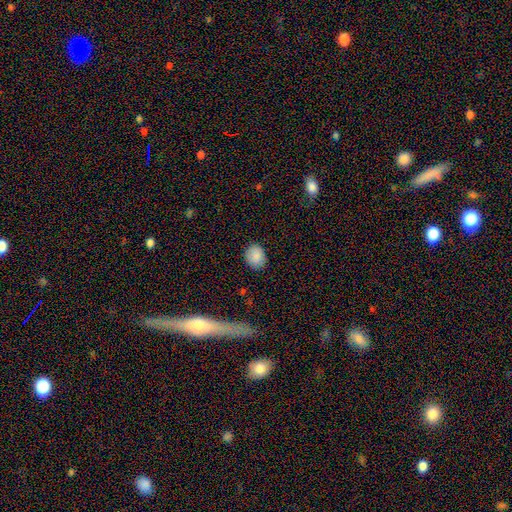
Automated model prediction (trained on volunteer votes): The model was most divided on "how rounded": round: 59%, in between: 40%, cigar-shaped: 1%. More confident: smooth or featured — smooth (87%); merging — none (85%).